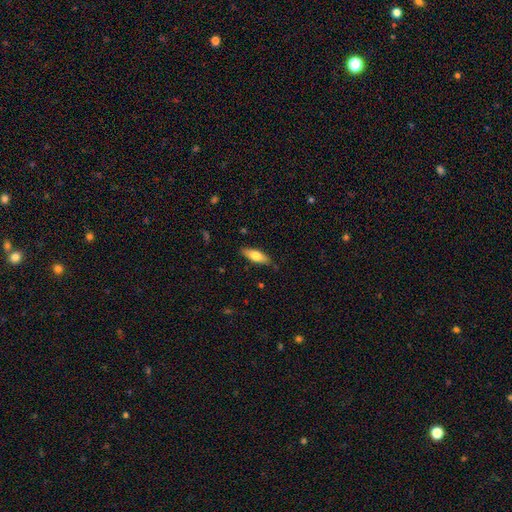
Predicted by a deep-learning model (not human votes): Q: Smooth or featured?
A: smooth (67%); runner-up: featured or disk (27%)
Q: How rounded?
A: in between (62%); runner-up: cigar-shaped (36%)
Q: Merging?
A: none (85%); runner-up: minor disturbance (12%)